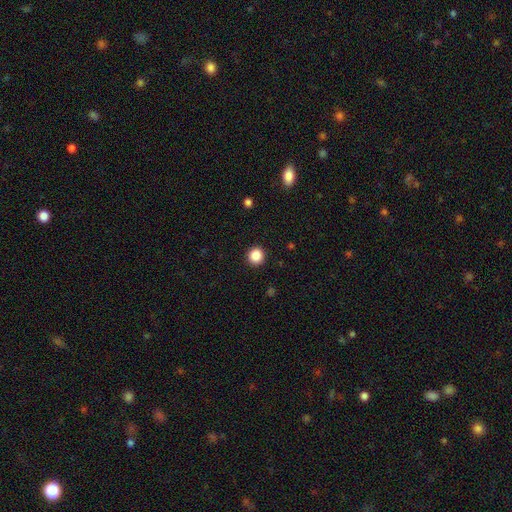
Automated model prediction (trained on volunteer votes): This appears to be a smooth galaxy with no disk features (87%) that is round (94%). Merging: none (92%).